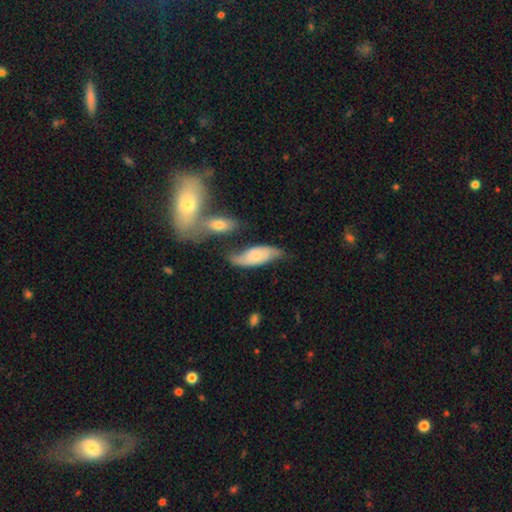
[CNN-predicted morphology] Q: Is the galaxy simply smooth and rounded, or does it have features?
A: featured or disk — 52%.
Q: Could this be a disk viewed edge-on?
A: no — 87%.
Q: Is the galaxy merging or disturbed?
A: none — 50%.